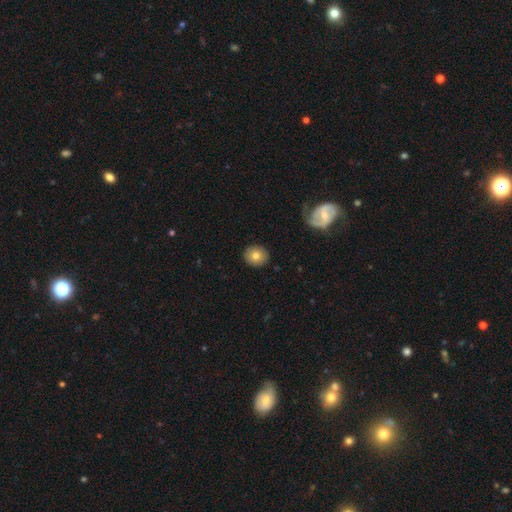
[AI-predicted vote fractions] This is likely a smooth galaxy (78%). How rounded: clearly round (81%). Merging: clearly none (90%).